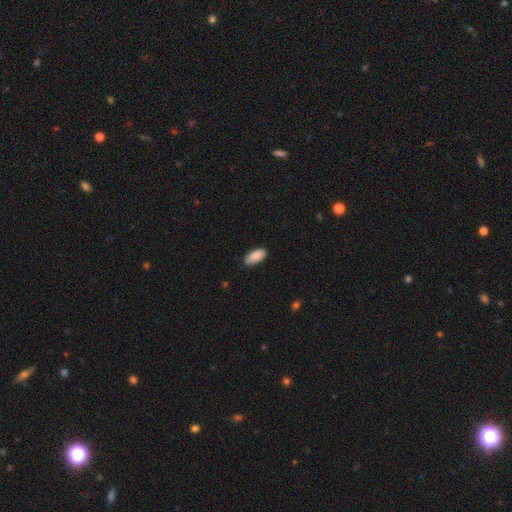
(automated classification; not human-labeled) Smooth or featured?
  - smooth: 90% *
  - star or artifact: 6%
  - featured or disk: 4%
How rounded?
  - in between: 91% *
  - cigar-shaped: 7%
  - round: 2%
Merging?
  - none: 85% *
  - minor disturbance: 12%
  - major disturbance: 2%
  - merger: 1%